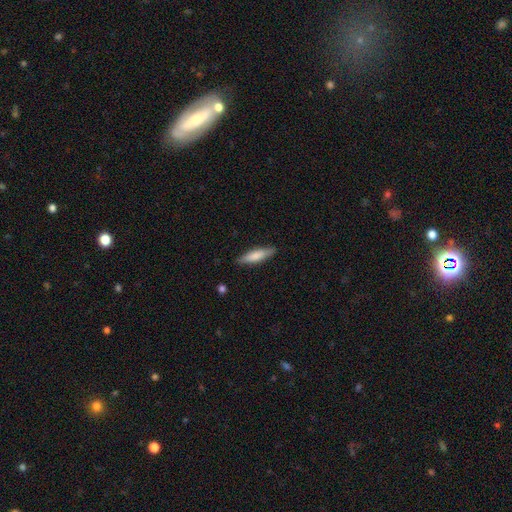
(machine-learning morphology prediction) Q: Smooth or featured?
A: smooth (72%); runner-up: featured or disk (23%)
Q: How rounded?
A: cigar-shaped (75%); runner-up: in between (23%)
Q: Merging?
A: none (86%); runner-up: minor disturbance (11%)